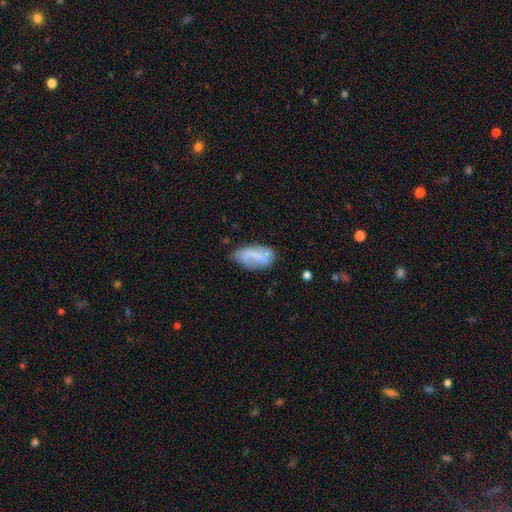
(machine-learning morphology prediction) Smooth or featured? Predicted: smooth (p=0.57). How rounded? Predicted: in between (p=0.91). Merging? Predicted: none (p=0.54).